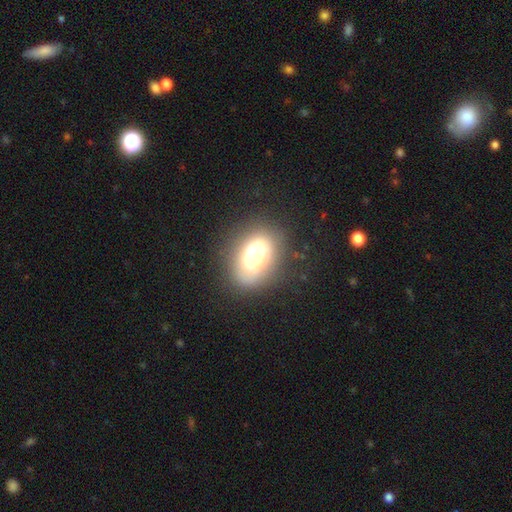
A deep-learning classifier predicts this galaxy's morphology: type=smooth (53%); roundness=in between (80%); merging=none (68%).